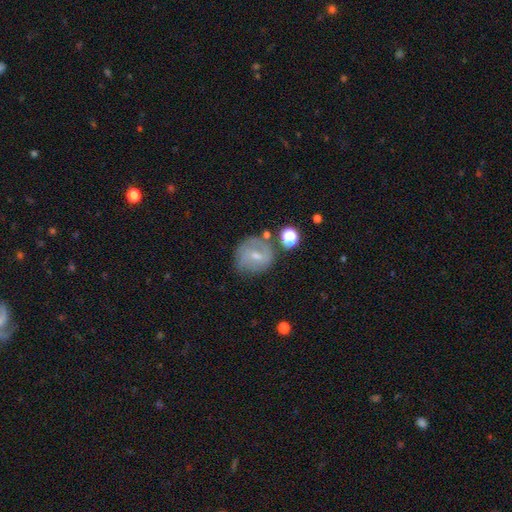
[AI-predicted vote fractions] Morphology: type=featured or disk (49%); merging=none (62%).